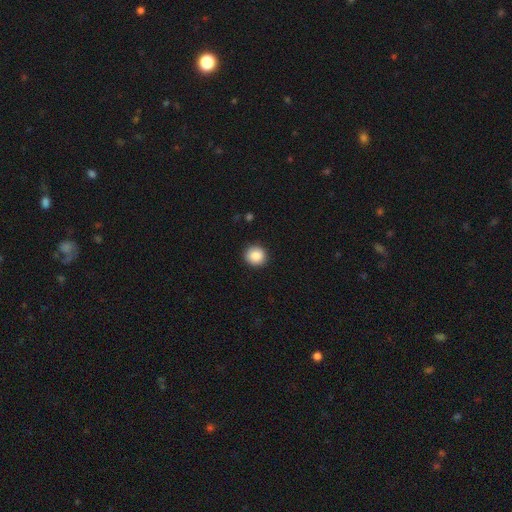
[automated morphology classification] Smooth or featured: smooth — 88% (star or artifact — 8%)
How rounded: round — 92% (in between — 7%)
Merging: none — 91% (minor disturbance — 6%)